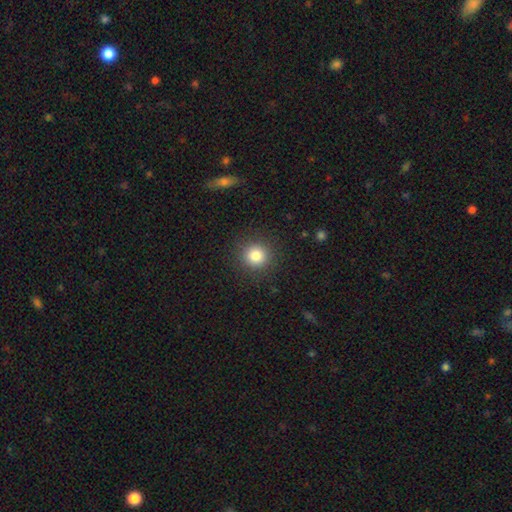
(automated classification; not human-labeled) A smooth galaxy with no disk features (83%) that is round (93%).

Vote fractions:
- Smooth or featured? smooth: 83% / star or artifact: 11% / featured or disk: 5%
- How rounded? round: 93% / in between: 6% / cigar-shaped: 1%
- Merging? none: 90% / minor disturbance: 6% / major disturbance: 3% / merger: 1%